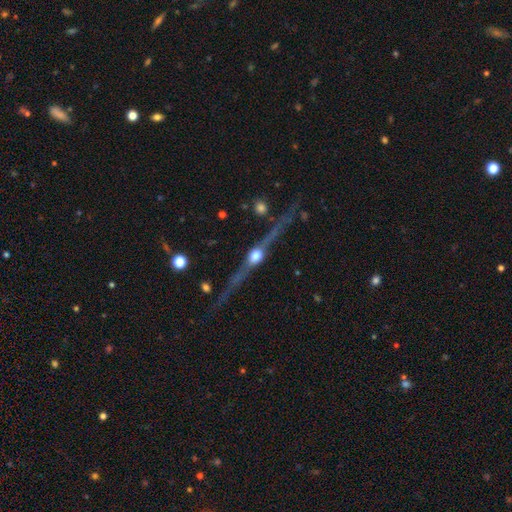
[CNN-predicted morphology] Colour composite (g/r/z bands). It shows a featured or disk galaxy (88%) viewed edge-on (96%) with a rounded central bulge (96%). Merging: none (85%).